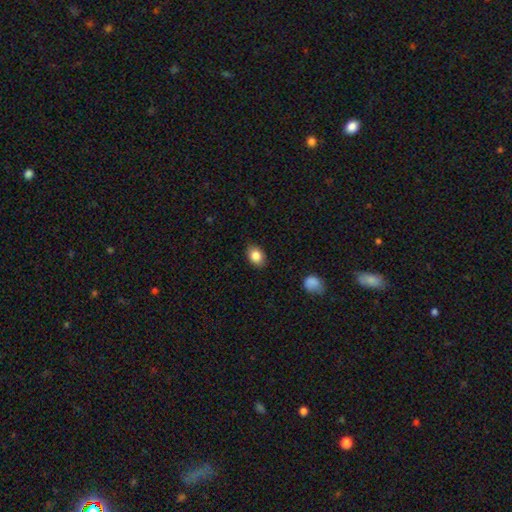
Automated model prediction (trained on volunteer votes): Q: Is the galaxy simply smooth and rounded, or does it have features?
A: smooth — 85%.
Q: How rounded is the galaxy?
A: in between — 77%.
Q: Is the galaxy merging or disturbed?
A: none — 85%.